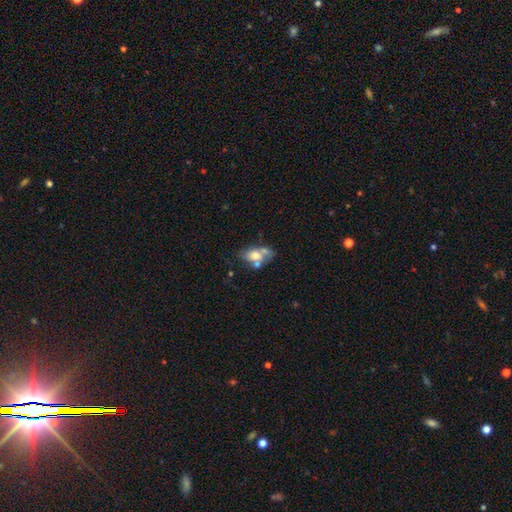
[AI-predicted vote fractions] A smooth galaxy with no disk features (57%) that is in between round and cigar-shaped (84%).

Vote fractions:
- Smooth or featured? smooth: 57% / featured or disk: 33% / star or artifact: 9%
- How rounded? in between: 84% / round: 13% / cigar-shaped: 3%
- Merging? merger: 40% / none: 30% / minor disturbance: 17% / major disturbance: 13%